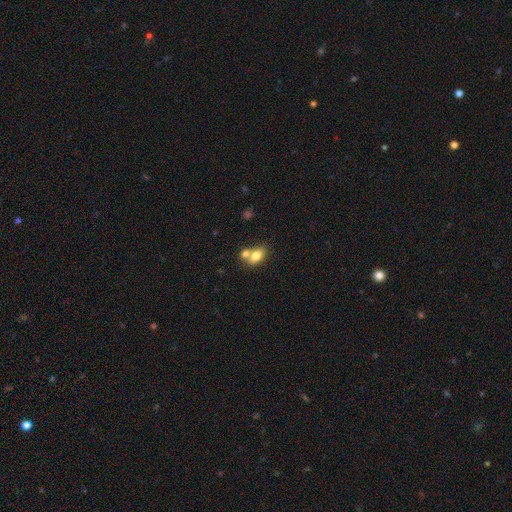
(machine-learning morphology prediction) Smooth or featured?
  - smooth: 77% *
  - featured or disk: 14%
  - star or artifact: 9%
How rounded?
  - in between: 84% *
  - round: 14%
  - cigar-shaped: 3%
Merging?
  - merger: 47% *
  - none: 40%
  - minor disturbance: 10%
  - major disturbance: 4%